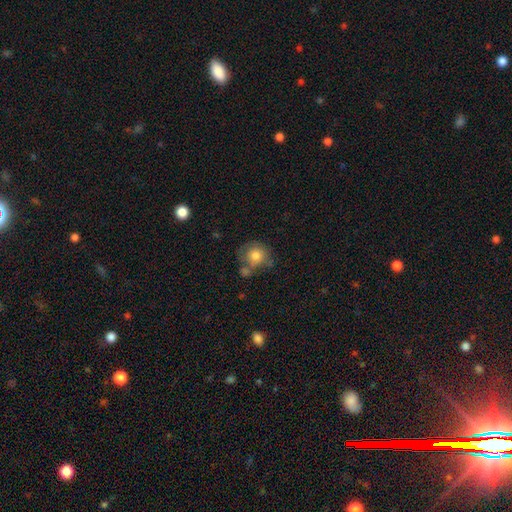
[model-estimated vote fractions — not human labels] smooth 74%, featured or disk 18%, star or artifact 8%. Down the decision tree: how rounded — round (84%); merging — none (47%).